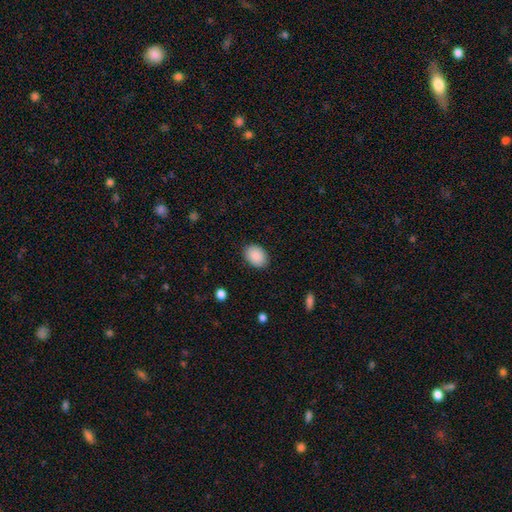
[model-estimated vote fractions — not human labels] Smooth or featured? smooth (90%)
How rounded? in between (74%)
Merging? none (88%)